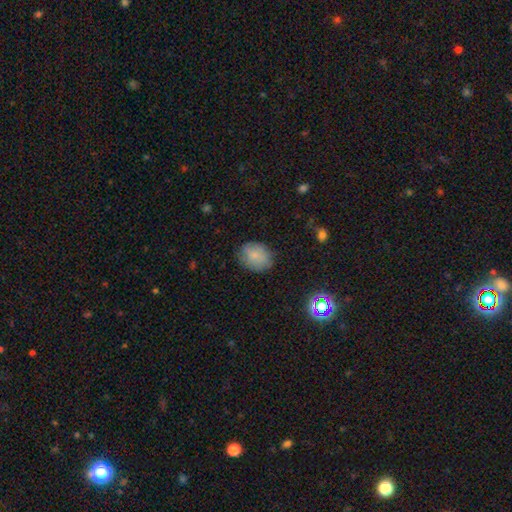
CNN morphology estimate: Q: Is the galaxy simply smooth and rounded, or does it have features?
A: smooth — 79%.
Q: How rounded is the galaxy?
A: round — 53%.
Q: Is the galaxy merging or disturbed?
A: none — 77%.